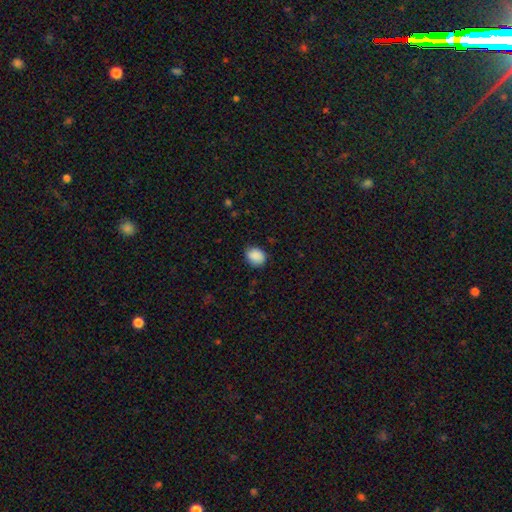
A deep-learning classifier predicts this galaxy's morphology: type=smooth (89%); roundness=round (55%); merging=none (81%).